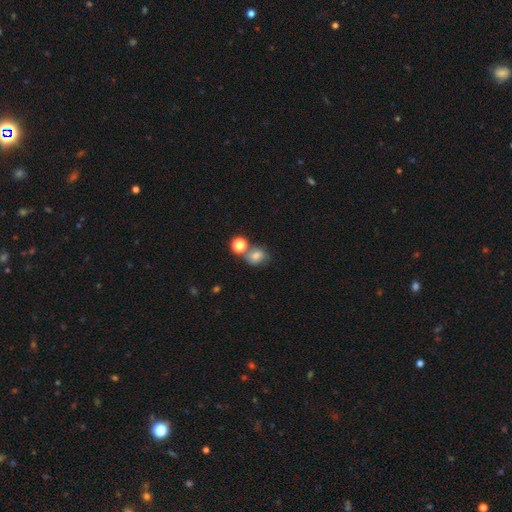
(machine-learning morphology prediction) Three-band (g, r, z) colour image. It shows a smooth galaxy with no disk features (69%) that is round (56%). Merging: none (52%).